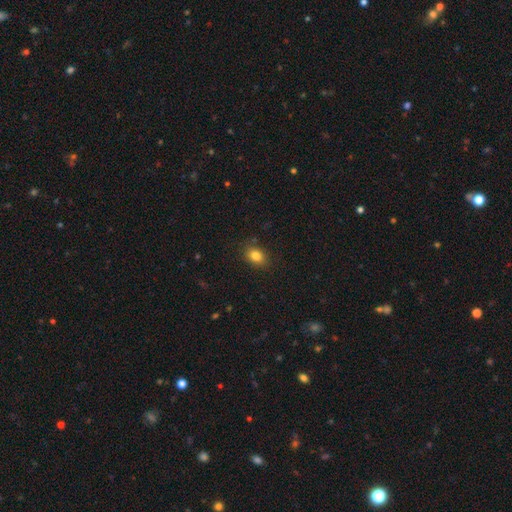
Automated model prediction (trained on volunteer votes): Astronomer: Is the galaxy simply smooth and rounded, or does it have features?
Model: smooth — 83%.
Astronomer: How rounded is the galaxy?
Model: in between — 67%.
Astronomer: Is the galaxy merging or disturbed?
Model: none — 84%.